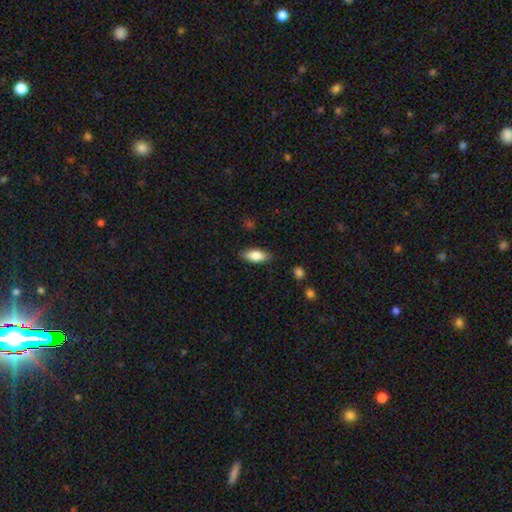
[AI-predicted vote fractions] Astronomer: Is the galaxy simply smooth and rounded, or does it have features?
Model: smooth — 83%.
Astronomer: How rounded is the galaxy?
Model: in between — 83%.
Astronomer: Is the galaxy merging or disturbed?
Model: none — 86%.